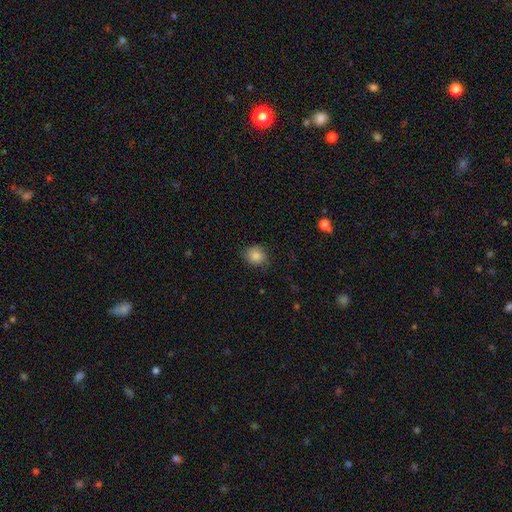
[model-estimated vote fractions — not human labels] This appears to be a smooth galaxy with no disk features (85%) that is round (76%). Merging: none (77%).